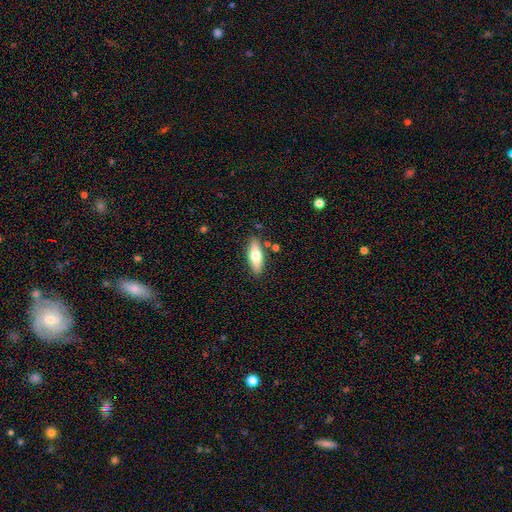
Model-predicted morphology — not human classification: Smooth or featured?
  - smooth: 63% *
  - featured or disk: 31%
  - star or artifact: 6%
How rounded?
  - in between: 56% *
  - cigar-shaped: 42%
  - round: 2%
Merging?
  - none: 84% *
  - minor disturbance: 10%
  - merger: 3%
  - major disturbance: 2%